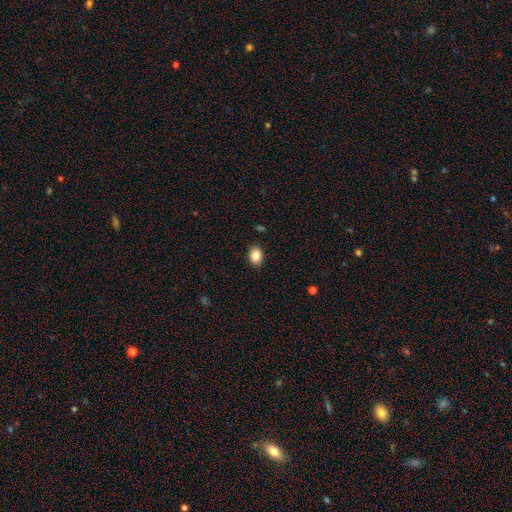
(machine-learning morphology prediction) Smooth or featured? smooth (86%)
How rounded? in between (74%)
Merging? none (88%)